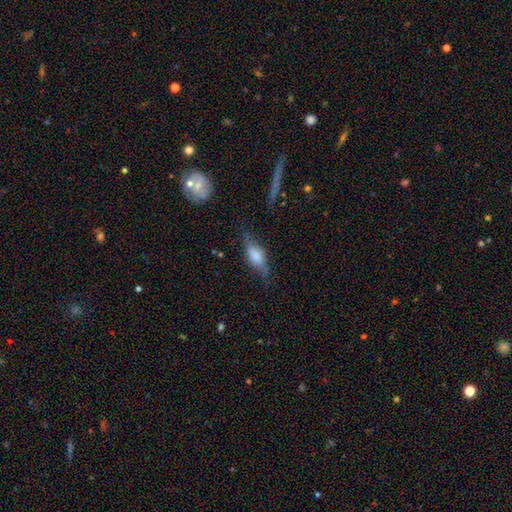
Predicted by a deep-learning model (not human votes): smooth_or_featured: smooth (p=0.60) [alt: featured or disk p=0.32]
how_rounded: in between (p=0.71) [alt: cigar-shaped p=0.25]
merging: none (p=0.60) [alt: minor disturbance p=0.26]